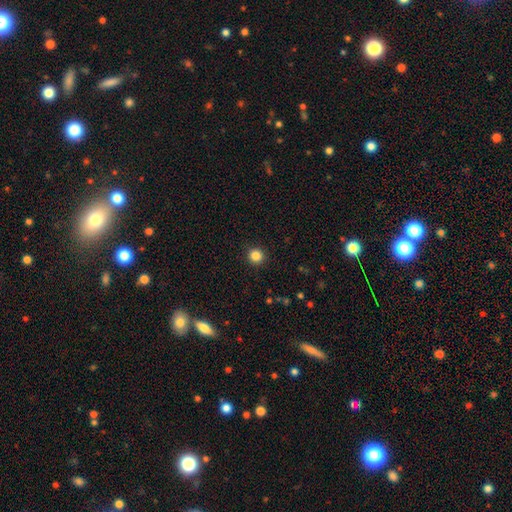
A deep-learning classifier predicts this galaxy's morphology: Smooth or featured? smooth (85%)
How rounded? round (95%)
Merging? none (92%)